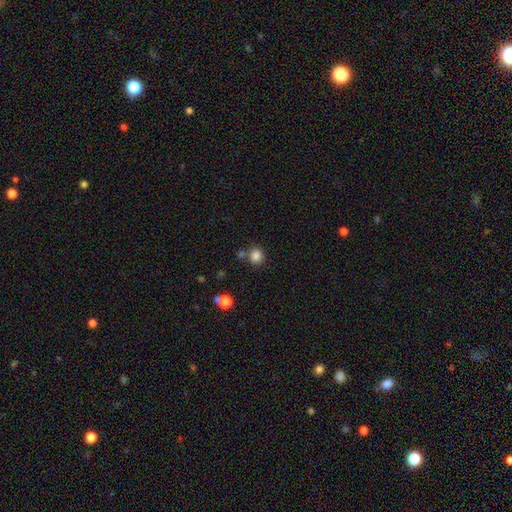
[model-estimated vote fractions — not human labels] Q: Smooth or featured?
A: smooth (83%); runner-up: star or artifact (12%)
Q: How rounded?
A: round (87%); runner-up: in between (13%)
Q: Merging?
A: none (70%); runner-up: merger (16%)